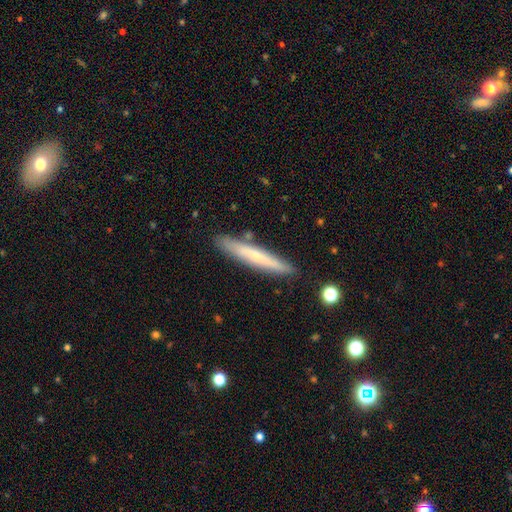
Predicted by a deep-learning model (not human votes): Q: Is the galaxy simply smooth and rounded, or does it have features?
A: smooth — 49%.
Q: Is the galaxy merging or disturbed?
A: none — 85%.